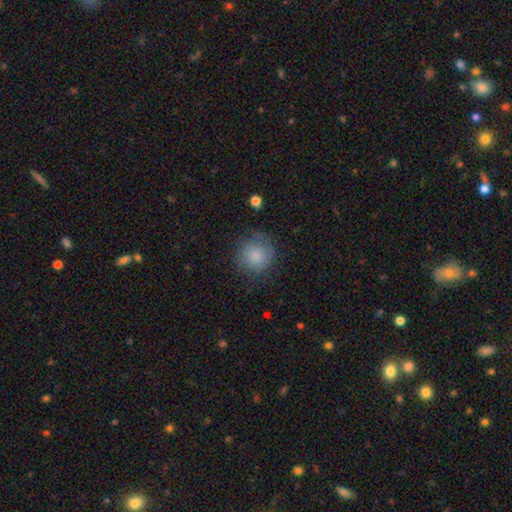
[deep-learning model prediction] A smooth galaxy with no disk features (83%) that is round (92%). Merging: none (76%).